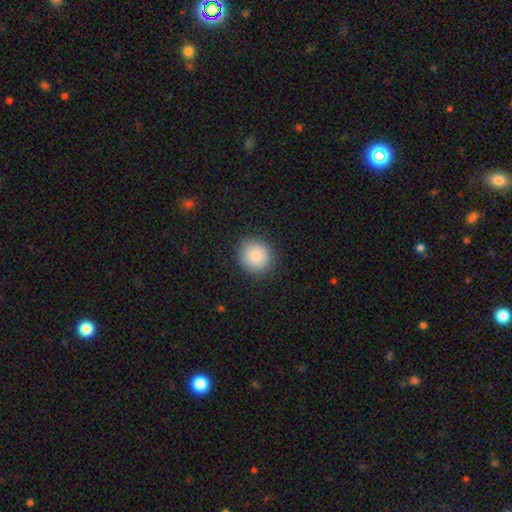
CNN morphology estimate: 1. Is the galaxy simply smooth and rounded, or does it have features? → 85% smooth, 8% star or artifact, 7% featured or disk.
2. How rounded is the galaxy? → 85% round, 15% in between, 1% cigar-shaped.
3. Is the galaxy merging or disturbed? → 88% none, 8% minor disturbance, 2% major disturbance, 1% merger.